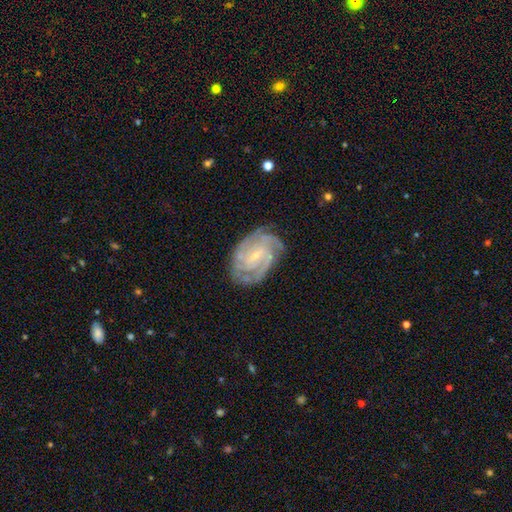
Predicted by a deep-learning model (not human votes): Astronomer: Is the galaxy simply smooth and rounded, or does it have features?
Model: featured or disk — 87%.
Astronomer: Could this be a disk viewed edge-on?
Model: no — 97%.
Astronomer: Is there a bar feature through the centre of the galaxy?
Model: weak — 48% (runner-up: no, 32%).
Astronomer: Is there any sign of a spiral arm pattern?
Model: yes — 96%.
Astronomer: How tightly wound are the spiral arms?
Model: tight — 62%.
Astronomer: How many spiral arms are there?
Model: can't tell — 26% (runner-up: 3, 25%).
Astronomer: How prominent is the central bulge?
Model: small — 77%.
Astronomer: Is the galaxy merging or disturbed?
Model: none — 73%.